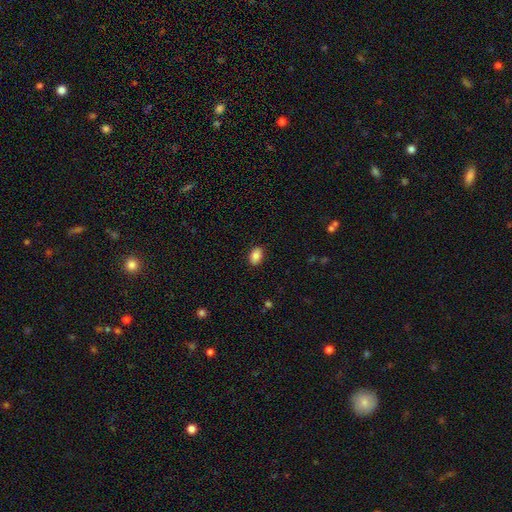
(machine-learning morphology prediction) This appears to be a smooth galaxy with no disk features (86%) that is in between round and cigar-shaped (85%). Merging: none (88%).